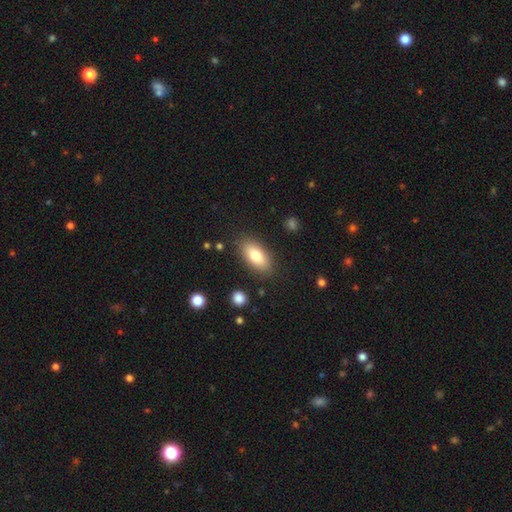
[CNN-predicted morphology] A smooth galaxy with no disk features (78%) that is in between round and cigar-shaped (88%). Merging: none (85%).